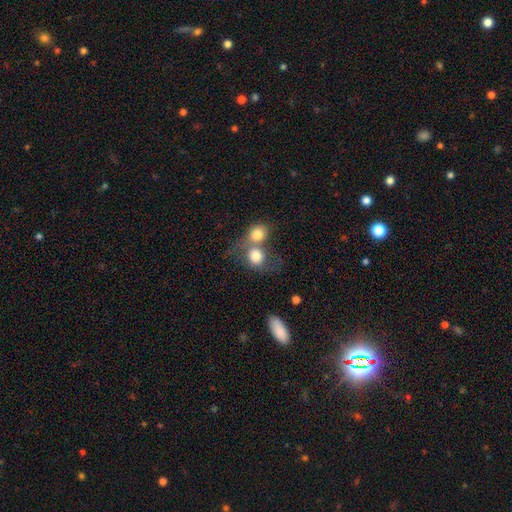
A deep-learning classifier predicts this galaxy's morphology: smooth_or_featured: smooth (p=0.77) [alt: featured or disk p=0.14]
how_rounded: round (p=0.73) [alt: in between p=0.26]
merging: merger (p=0.65) [alt: none p=0.22]